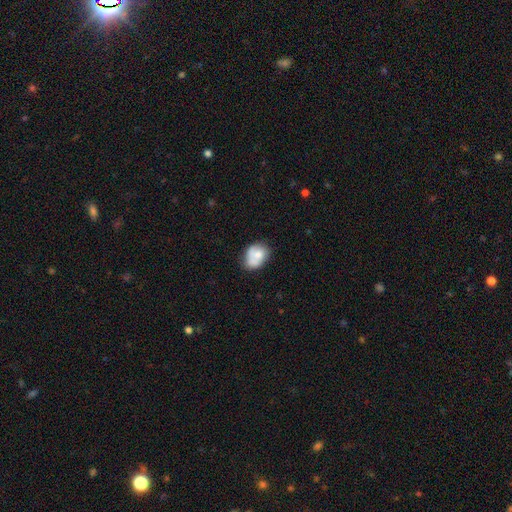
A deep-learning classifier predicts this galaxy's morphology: A smooth galaxy with no disk features (63%) that is in between round and cigar-shaped (65%).

Vote fractions:
- Smooth or featured? smooth: 63% / featured or disk: 29% / star or artifact: 8%
- How rounded? in between: 65% / round: 34% / cigar-shaped: 1%
- Merging? none: 43% / minor disturbance: 30% / merger: 15% / major disturbance: 12%